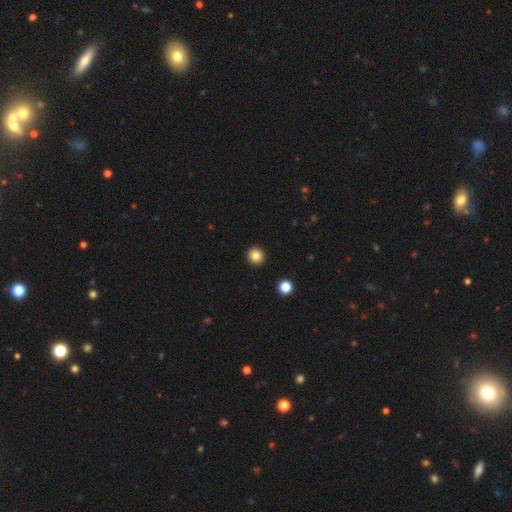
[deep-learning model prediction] This is clearly a smooth galaxy (83%). How rounded: clearly round (95%). Merging: clearly none (93%).